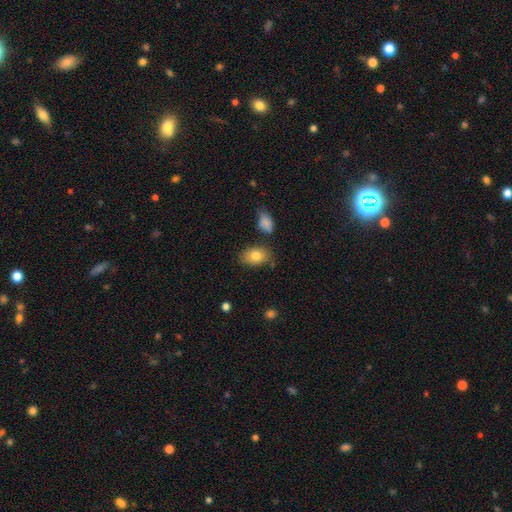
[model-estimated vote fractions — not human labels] A smooth galaxy with no disk features (81%) that is in between round and cigar-shaped (84%).

Vote fractions:
- Smooth or featured? smooth: 81% / featured or disk: 11% / star or artifact: 8%
- How rounded? in between: 84% / round: 15% / cigar-shaped: 1%
- Merging? none: 75% / minor disturbance: 16% / merger: 5% / major disturbance: 4%